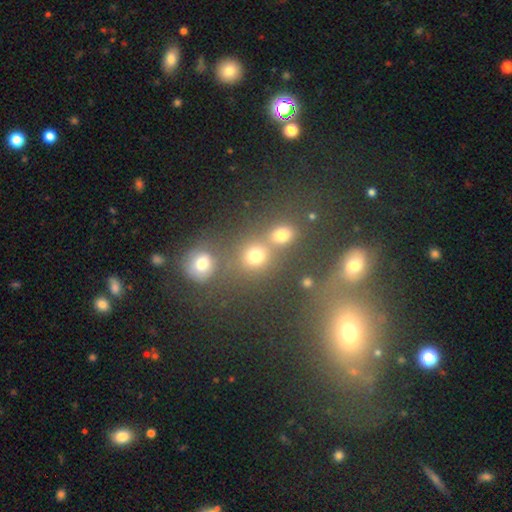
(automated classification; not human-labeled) The model was most divided on "smooth or featured": smooth: 59%, star or artifact: 30%, featured or disk: 11%. More confident: how rounded — round (80%); merging — none (63%).